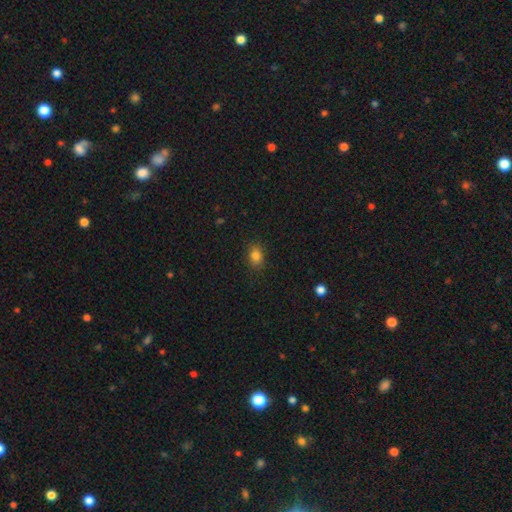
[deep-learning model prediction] Q: Smooth or featured?
A: smooth (83%); runner-up: star or artifact (12%)
Q: How rounded?
A: in between (59%); runner-up: round (39%)
Q: Merging?
A: none (86%); runner-up: minor disturbance (11%)